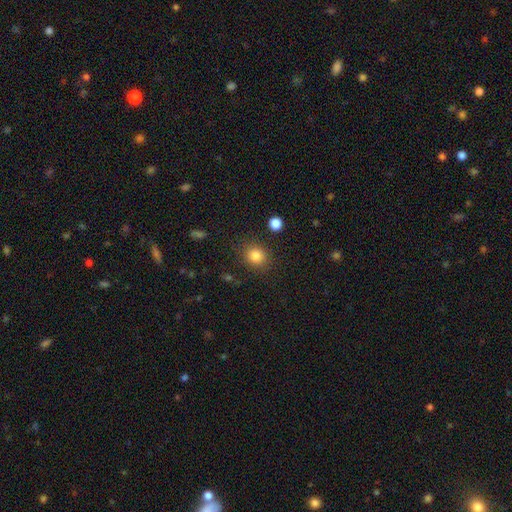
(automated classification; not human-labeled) The model was most divided on "how rounded": round: 77%, in between: 22%, cigar-shaped: 1%. More confident: merging — none (86%); smooth or featured — smooth (84%).